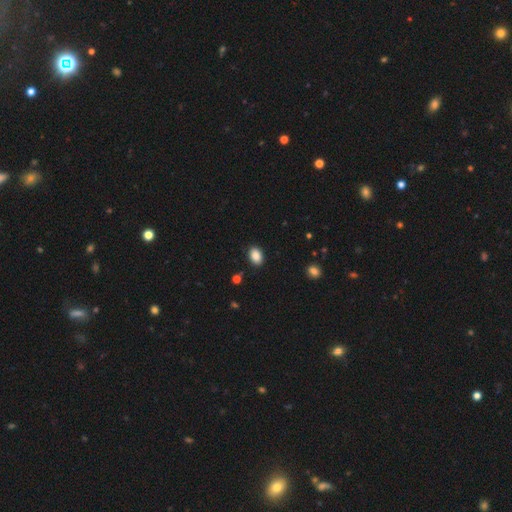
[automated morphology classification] Smooth or featured: smooth — 88% (star or artifact — 8%)
How rounded: in between — 83% (round — 15%)
Merging: none — 89% (minor disturbance — 8%)